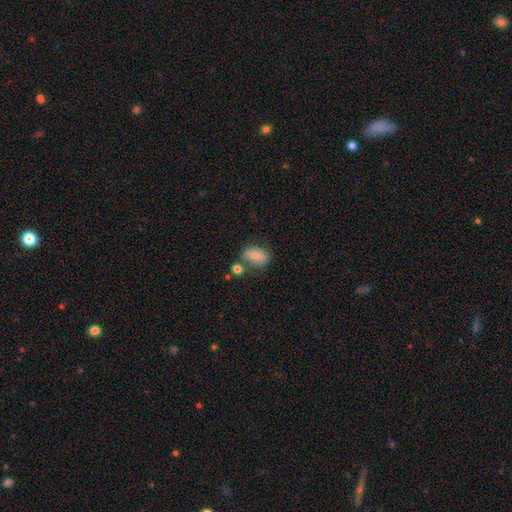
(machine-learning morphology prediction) smooth 72%, featured or disk 19%, star or artifact 9%. Down the decision tree: how rounded — in between (75%); merging — none (61%).